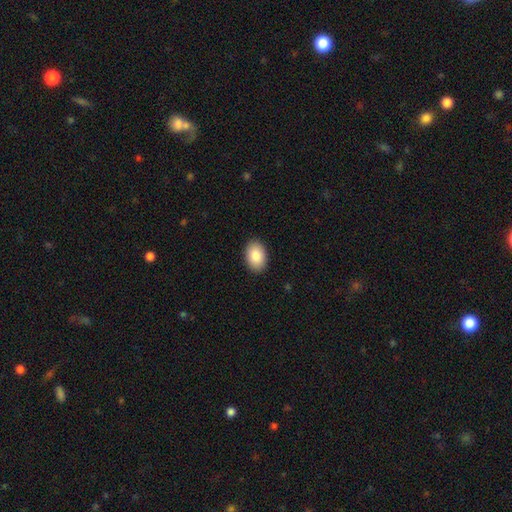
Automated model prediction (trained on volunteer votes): Smooth or featured? Predicted: smooth (p=0.87). How rounded? Predicted: in between (p=0.88). Merging? Predicted: none (p=0.90).